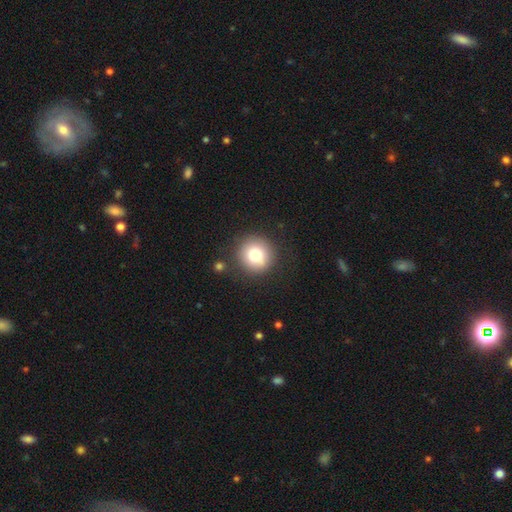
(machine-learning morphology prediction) This is likely a smooth galaxy (76%). How rounded: clearly round (95%). Merging: clearly none (89%).